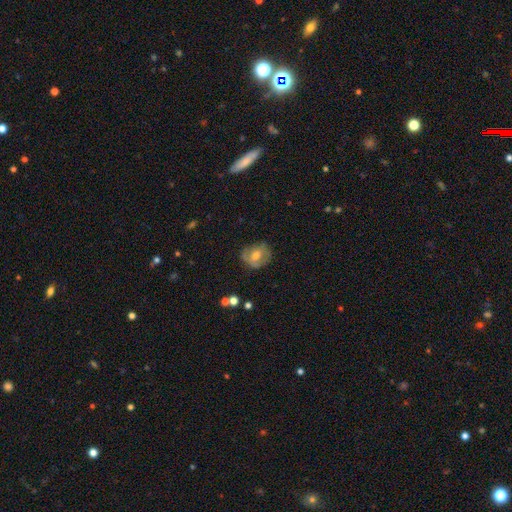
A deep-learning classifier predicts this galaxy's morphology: smooth_or_featured: smooth (p=0.47) [alt: featured or disk p=0.42]
merging: none (p=0.65) [alt: minor disturbance p=0.24]